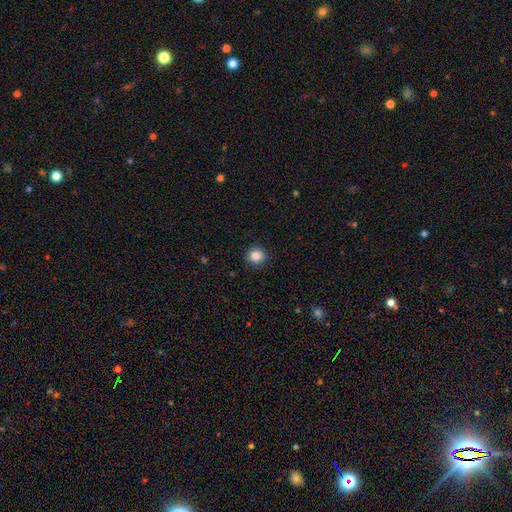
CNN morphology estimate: smooth-or-featured: smooth: 87% | star or artifact: 10% | featured or disk: 3%
  how-rounded: round: 92% | in between: 7% | cigar-shaped: 1%
  merging: none: 91% | minor disturbance: 6% | major disturbance: 2% | merger: 1%